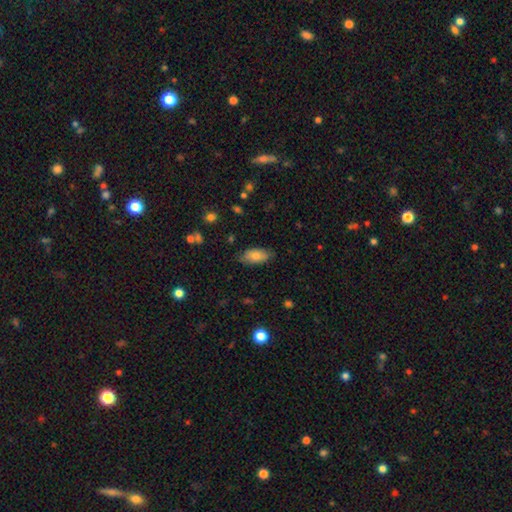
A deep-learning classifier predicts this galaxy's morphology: smooth 78%, featured or disk 16%, star or artifact 7%. Down the decision tree: how rounded — in between (91%); merging — none (78%).